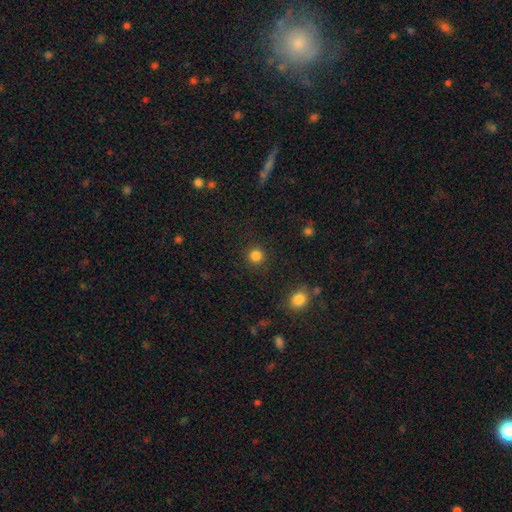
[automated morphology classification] A smooth galaxy with no disk features (84%) that is round (94%).

Vote fractions:
- Smooth or featured? smooth: 84% / star or artifact: 12% / featured or disk: 4%
- How rounded? round: 94% / in between: 5% / cigar-shaped: 1%
- Merging? none: 90% / minor disturbance: 6% / major disturbance: 3% / merger: 2%